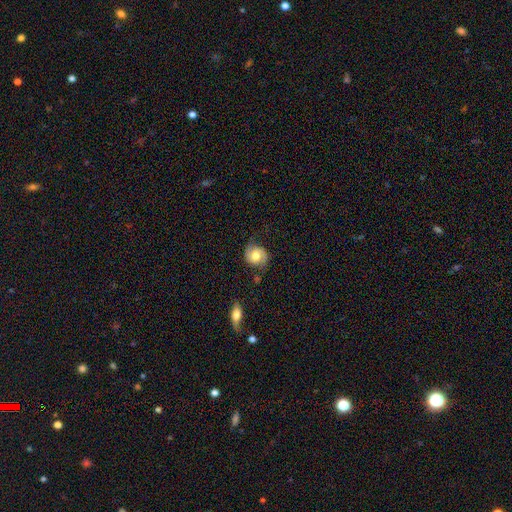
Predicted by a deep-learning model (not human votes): Smooth or featured? featured or disk (49%)
Merging? none (74%)